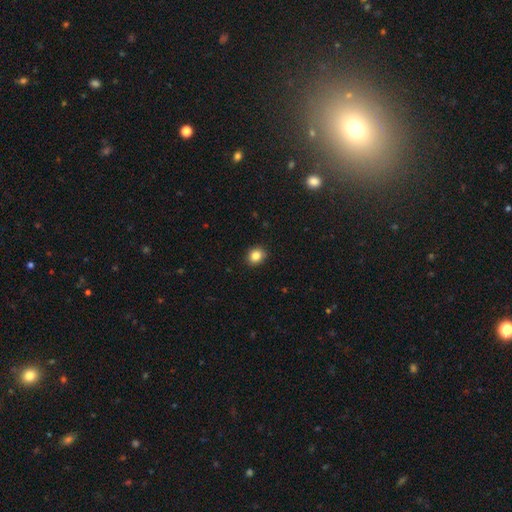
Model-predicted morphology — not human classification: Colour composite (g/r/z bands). It shows a smooth galaxy with no disk features (85%) that is round (70%). Merging: none (90%).